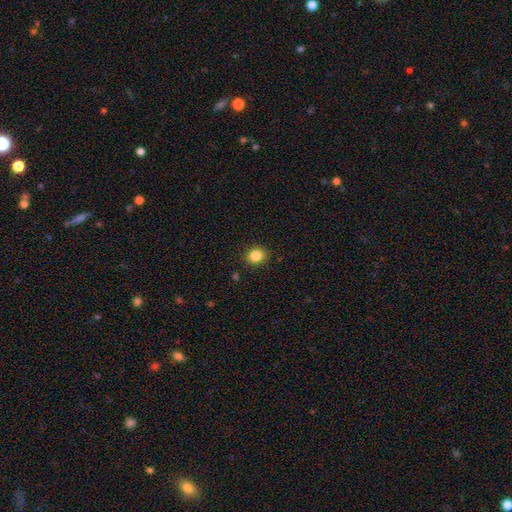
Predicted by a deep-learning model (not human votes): Smooth or featured? Predicted: smooth (p=0.85). How rounded? Predicted: round (p=0.70). Merging? Predicted: none (p=0.89).